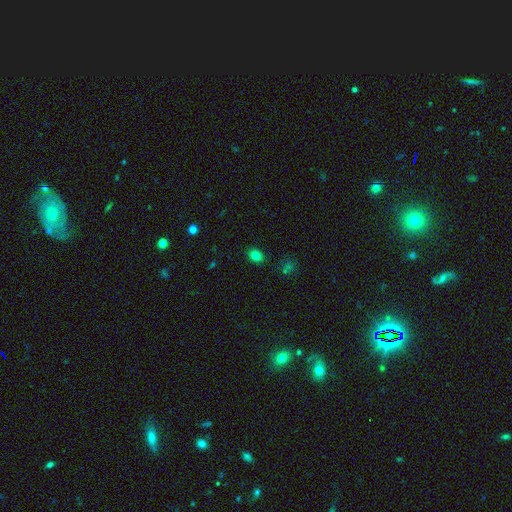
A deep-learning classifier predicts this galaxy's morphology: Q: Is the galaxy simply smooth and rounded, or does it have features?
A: smooth — 79%.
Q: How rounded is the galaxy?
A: in between — 54%.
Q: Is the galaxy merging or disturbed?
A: none — 87%.